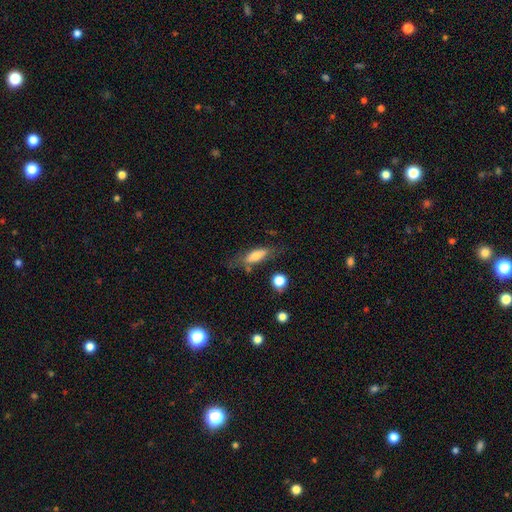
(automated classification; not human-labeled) smooth_or_featured: smooth (p=0.67) [alt: featured or disk p=0.25]
how_rounded: in between (p=0.58) [alt: cigar-shaped p=0.39]
merging: none (p=0.62) [alt: minor disturbance p=0.22]